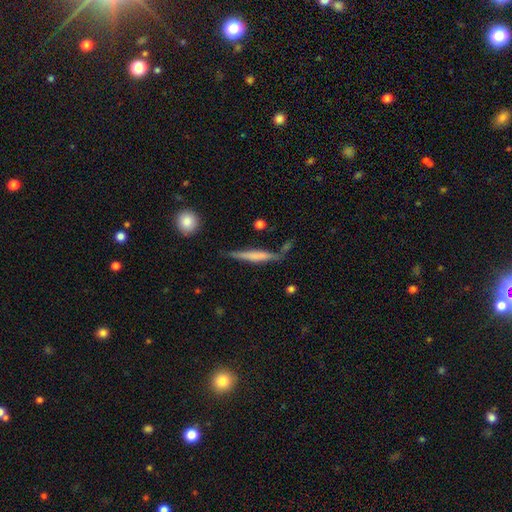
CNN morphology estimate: Smooth or featured?
  - smooth: 48% *
  - featured or disk: 45%
  - star or artifact: 6%
Merging?
  - none: 68% *
  - minor disturbance: 19%
  - merger: 7%
  - major disturbance: 6%